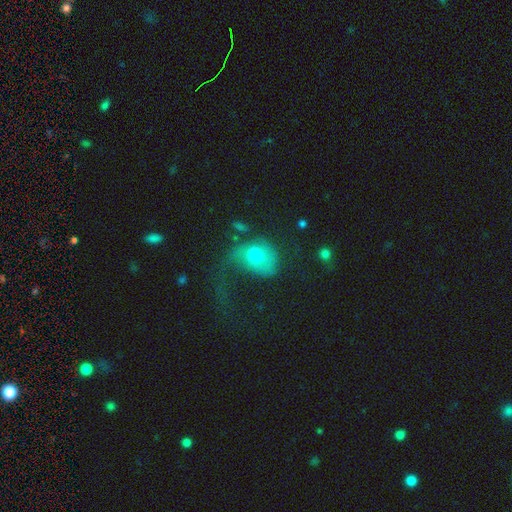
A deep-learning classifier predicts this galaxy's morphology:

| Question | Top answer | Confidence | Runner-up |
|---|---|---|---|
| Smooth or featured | smooth | 54% | featured or disk (36%) |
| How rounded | in between | 61% | round (38%) |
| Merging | major disturbance | 57% | none (21%) |